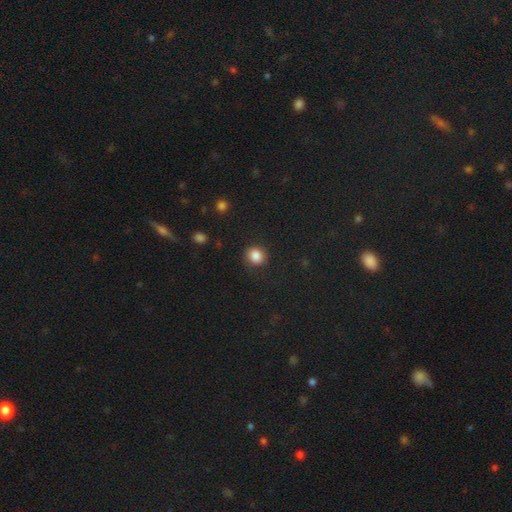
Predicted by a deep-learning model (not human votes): smooth_or_featured: smooth (p=0.85) [alt: star or artifact p=0.10]
how_rounded: round (p=0.80) [alt: in between p=0.19]
merging: none (p=0.82) [alt: minor disturbance p=0.12]